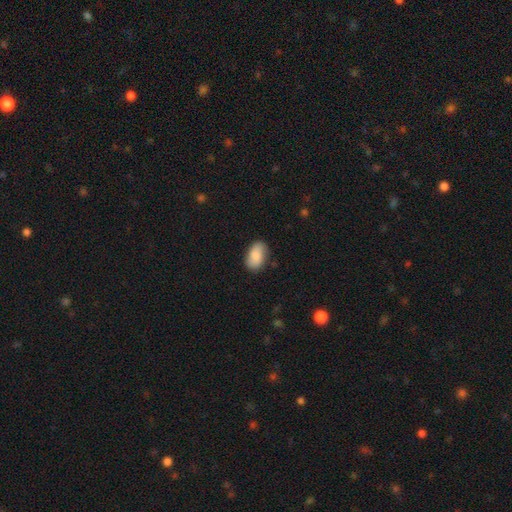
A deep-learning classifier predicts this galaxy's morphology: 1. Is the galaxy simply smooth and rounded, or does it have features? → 80% smooth, 13% featured or disk, 7% star or artifact.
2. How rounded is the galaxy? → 93% in between, 6% round, 2% cigar-shaped.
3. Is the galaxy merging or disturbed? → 79% none, 16% minor disturbance, 3% major disturbance, 1% merger.